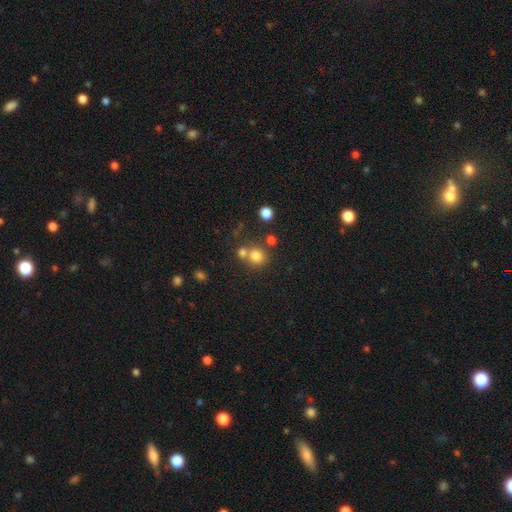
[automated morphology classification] The model was most divided on "merging": none: 54%, merger: 34%, minor disturbance: 8%, major disturbance: 4%. More confident: how rounded — round (83%); smooth or featured — smooth (77%).